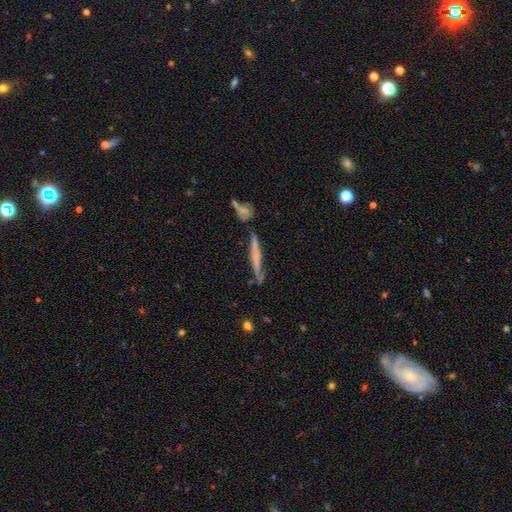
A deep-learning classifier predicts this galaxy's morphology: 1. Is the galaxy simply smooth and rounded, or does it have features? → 49% featured or disk, 42% smooth, 8% star or artifact.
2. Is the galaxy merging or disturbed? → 69% none, 16% minor disturbance, 10% merger, 5% major disturbance.